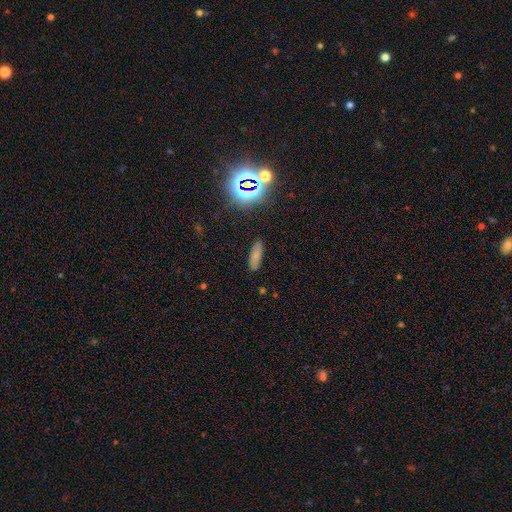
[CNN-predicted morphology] The model was most divided on "how rounded": in between: 56%, cigar-shaped: 41%, round: 3%. More confident: merging — none (86%); smooth or featured — smooth (75%).